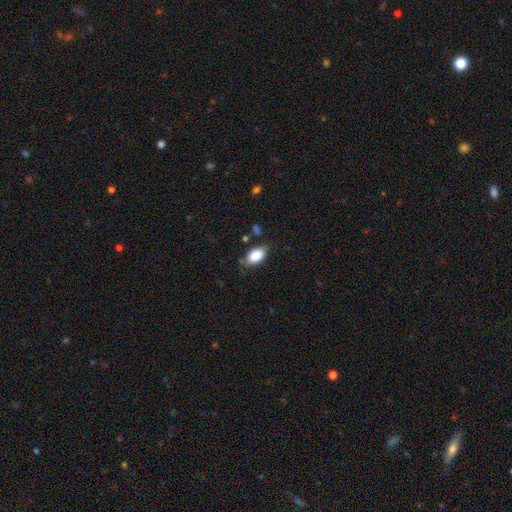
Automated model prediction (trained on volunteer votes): This is clearly a smooth galaxy (85%). How rounded: clearly in between (91%). Merging: likely none (75%).